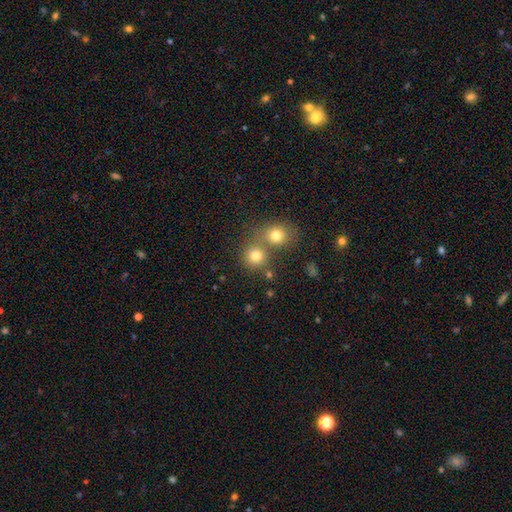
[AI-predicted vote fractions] Overall: smooth (79%). How rounded: round (87%). Merging: none (54%; merger 36%).